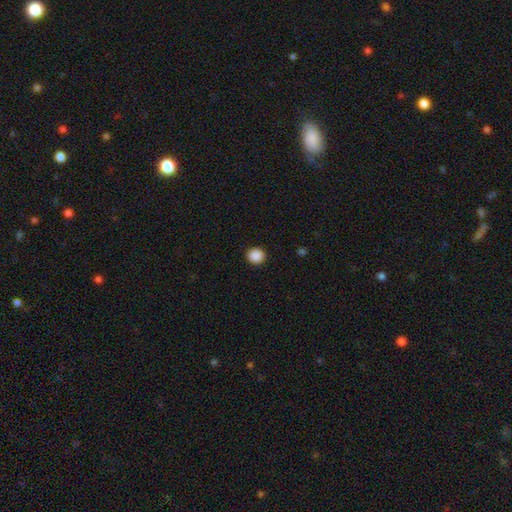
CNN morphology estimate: smooth_or_featured: smooth (p=0.89) [alt: star or artifact p=0.09]
how_rounded: round (p=0.83) [alt: in between p=0.16]
merging: none (p=0.91) [alt: minor disturbance p=0.06]